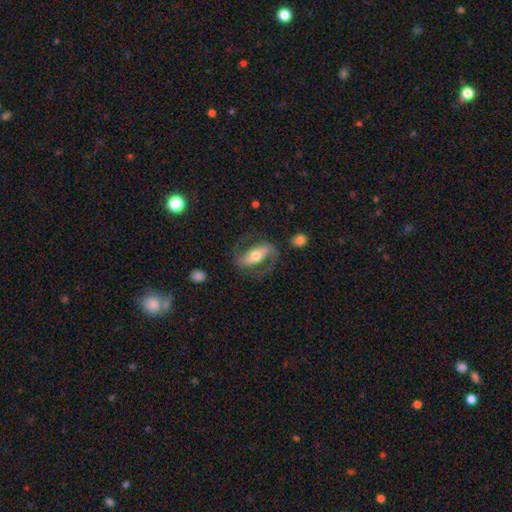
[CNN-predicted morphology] A featured or disk galaxy (76%) with a strong bar (51%), 2 (89%) medium (51%) spiral arms (88%) and a moderate central bulge (67%).

Vote fractions:
- Smooth or featured? featured or disk: 76% / smooth: 19% / star or artifact: 6%
- Edge-on disk? no: 93% / yes: 7%
- Bar? strong: 51% / weak: 26% / no: 22%
- Spiral arms? yes: 88% / no: 12%
- Spiral winding? medium: 51% / loose: 31% / tight: 18%
- Spiral arm count? 2: 89% / can't tell: 4% / 1: 4% / 3: 1% / 4: 1% / more than 4: 1%
- Bulge size? moderate: 67% / small: 17% / large: 13% / dominant: 2% / none: 1%
- Merging? none: 69% / minor disturbance: 15% / major disturbance: 14% / merger: 2%